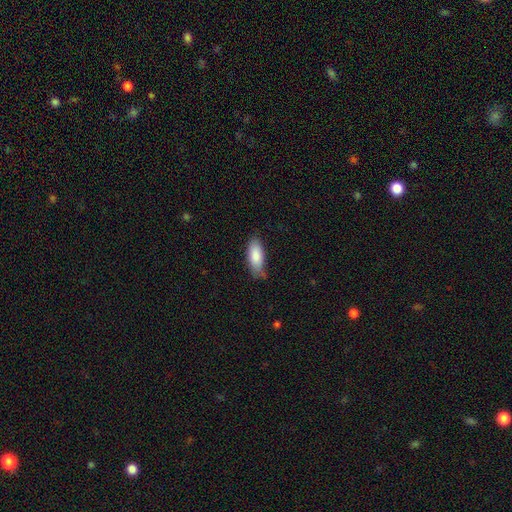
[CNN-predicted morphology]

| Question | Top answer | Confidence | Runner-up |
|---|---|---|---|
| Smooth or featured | smooth | 85% | featured or disk (9%) |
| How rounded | in between | 79% | cigar-shaped (19%) |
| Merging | none | 69% | minor disturbance (25%) |